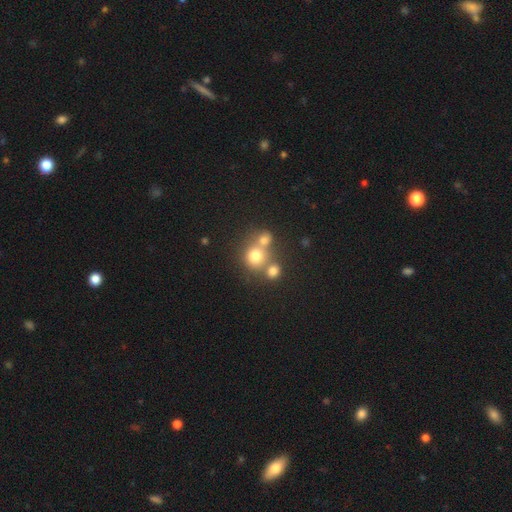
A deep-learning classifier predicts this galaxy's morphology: smooth_or_featured: smooth (p=0.73) [alt: star or artifact p=0.16]
how_rounded: round (p=0.83) [alt: in between p=0.16]
merging: none (p=0.46) [alt: merger p=0.42]